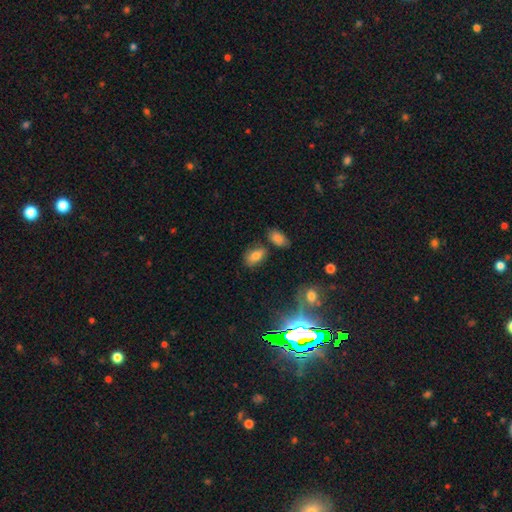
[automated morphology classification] type=smooth (75%); roundness=in between (87%); merging=none (72%).